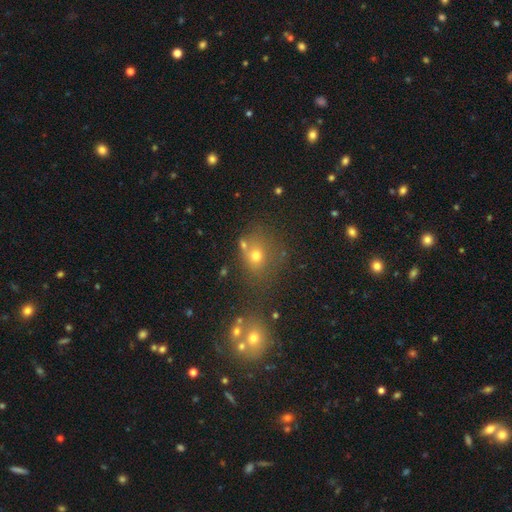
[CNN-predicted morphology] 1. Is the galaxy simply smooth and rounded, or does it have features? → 66% smooth, 22% star or artifact, 13% featured or disk.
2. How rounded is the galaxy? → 73% round, 26% in between, 1% cigar-shaped.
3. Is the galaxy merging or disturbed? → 60% none, 20% merger, 14% minor disturbance, 7% major disturbance.